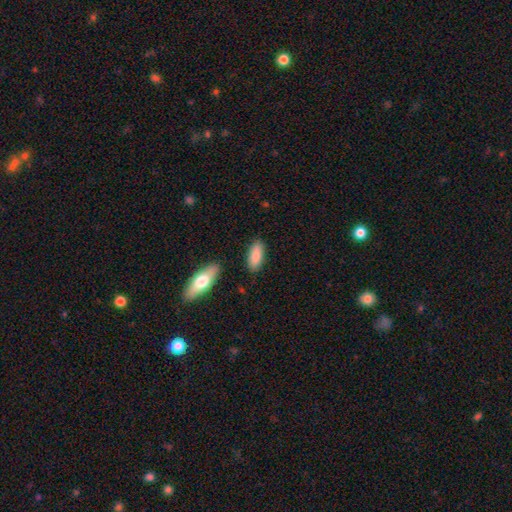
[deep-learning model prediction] smooth 87%, featured or disk 7%, star or artifact 6%. Down the decision tree: how rounded — in between (79%); merging — none (85%).